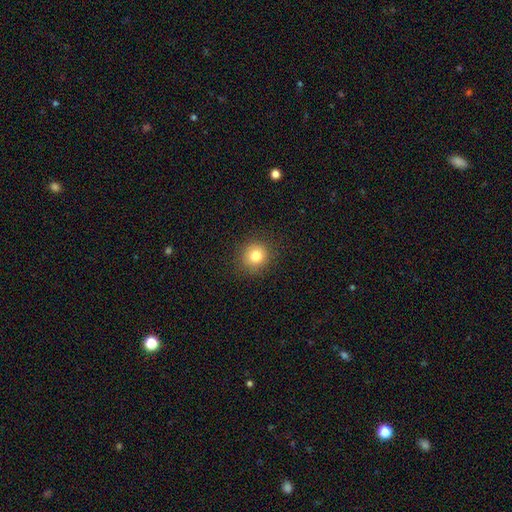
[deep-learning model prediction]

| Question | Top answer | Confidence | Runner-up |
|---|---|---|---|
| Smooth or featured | smooth | 81% | star or artifact (12%) |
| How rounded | round | 89% | in between (10%) |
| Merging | none | 88% | minor disturbance (8%) |